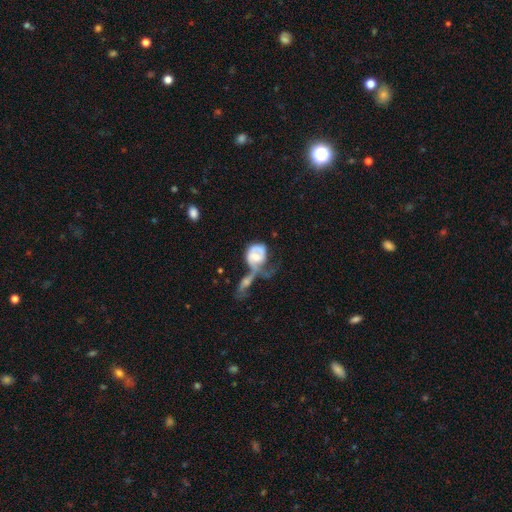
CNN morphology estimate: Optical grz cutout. It shows a featured or disk galaxy (60%) with no bar (63%), spiral arms (64%) and a moderate central bulge (38%). Merging: merger (57%).